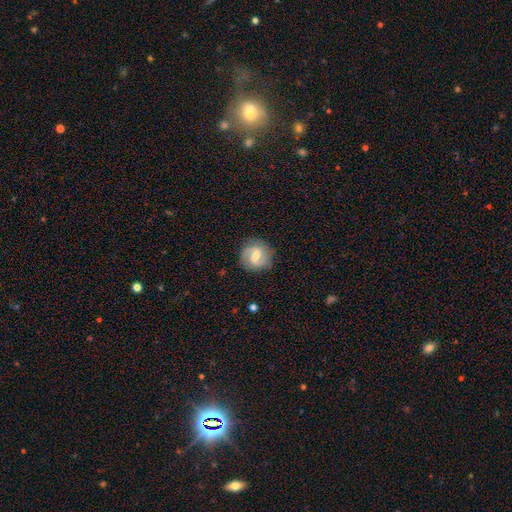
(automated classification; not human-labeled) This appears to be a featured or disk galaxy (61%) with a weak bar (58%), spiral arms (84%) and a moderate central bulge (53%). Merging: none (81%).